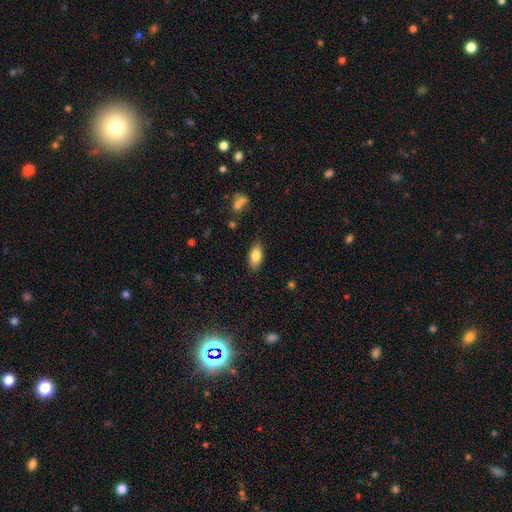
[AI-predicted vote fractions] smooth 82%, featured or disk 10%, star or artifact 7%. Down the decision tree: how rounded — in between (88%); merging — none (85%).